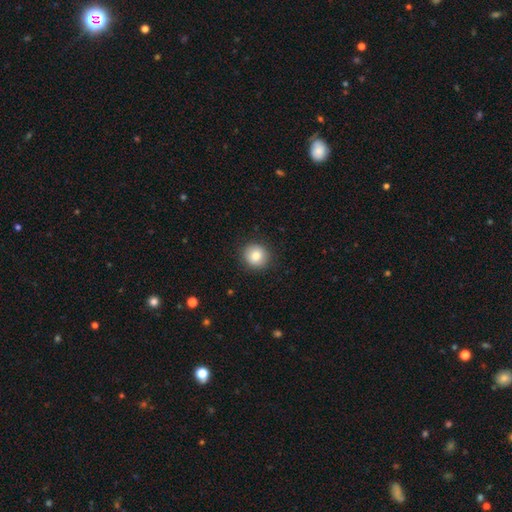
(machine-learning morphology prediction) This appears to be a smooth galaxy with no disk features (83%) that is round (89%). Merging: none (90%).